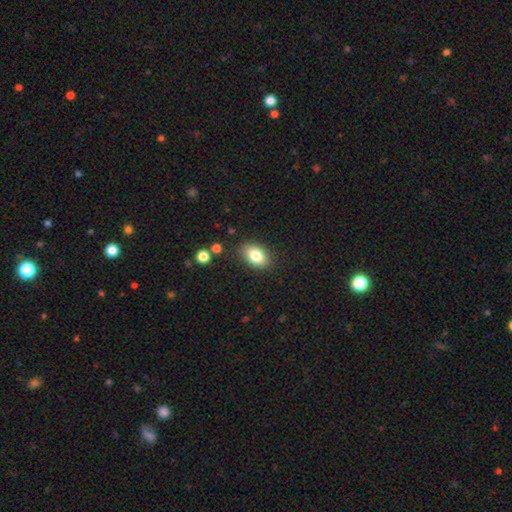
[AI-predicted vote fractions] A smooth galaxy with no disk features (81%) that is in between round and cigar-shaped (86%). Merging: none (85%).